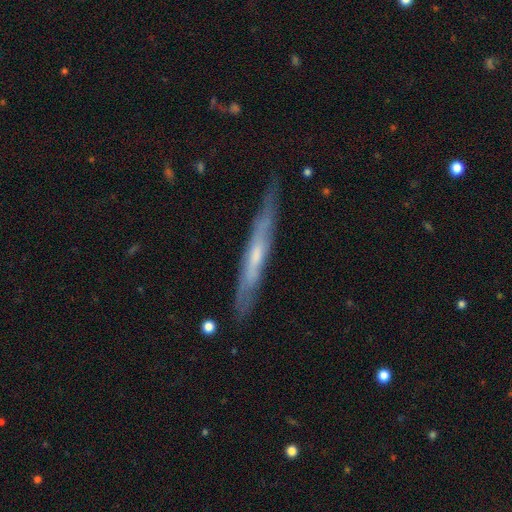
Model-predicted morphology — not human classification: type=featured or disk (63%); edge-on=yes (88%); edge-on bulge=none (57%); merging=none (81%).